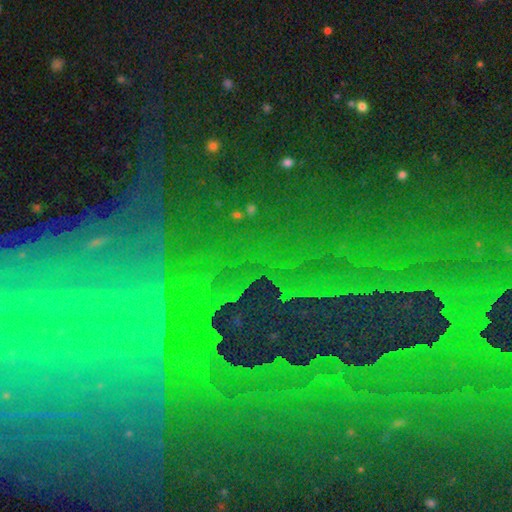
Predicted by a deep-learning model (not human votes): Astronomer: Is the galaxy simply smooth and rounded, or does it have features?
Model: star or artifact — 85%.